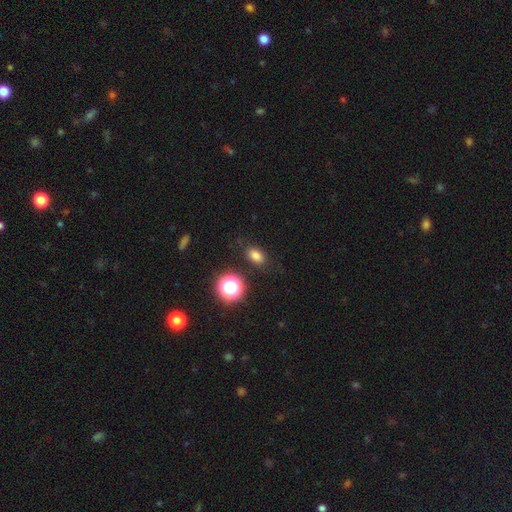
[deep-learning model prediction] This is likely a smooth galaxy (78%). How rounded: likely in between (78%). Merging: clearly none (84%).